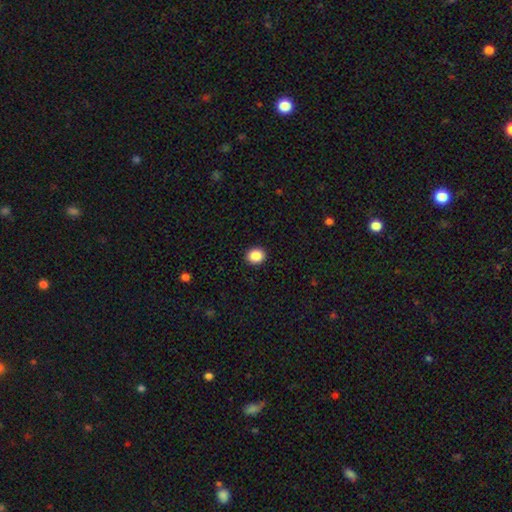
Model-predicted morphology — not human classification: Smooth or featured: smooth — 88% (star or artifact — 9%)
How rounded: round — 72% (in between — 27%)
Merging: none — 92% (minor disturbance — 5%)